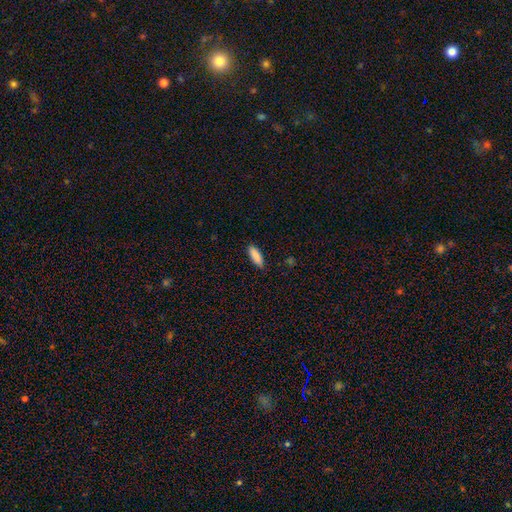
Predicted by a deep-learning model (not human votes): smooth-or-featured: smooth: 88% | star or artifact: 6% | featured or disk: 6%
  how-rounded: in between: 65% | cigar-shaped: 34% | round: 2%
  merging: none: 86% | minor disturbance: 11% | major disturbance: 2% | merger: 1%